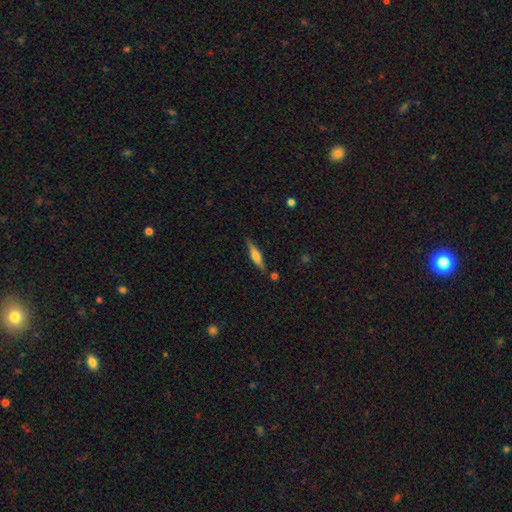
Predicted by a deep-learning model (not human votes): Q: Smooth or featured?
A: featured or disk (51%); runner-up: smooth (42%)
Q: Edge-on disk?
A: yes (95%); runner-up: no (5%)
Q: Merging?
A: none (83%); runner-up: minor disturbance (12%)